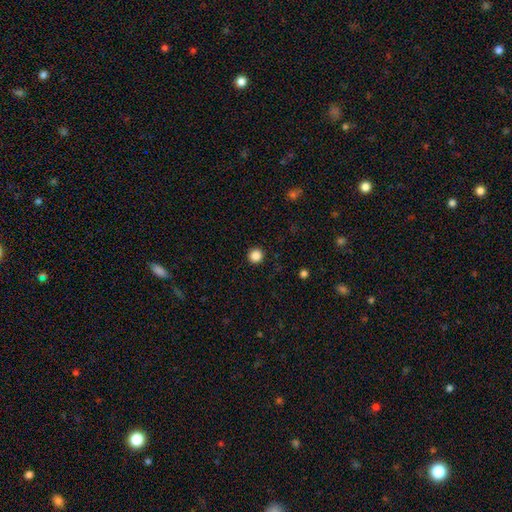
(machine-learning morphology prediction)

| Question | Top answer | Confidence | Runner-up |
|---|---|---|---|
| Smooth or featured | smooth | 86% | star or artifact (11%) |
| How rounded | round | 95% | in between (4%) |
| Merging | none | 92% | minor disturbance (5%) |